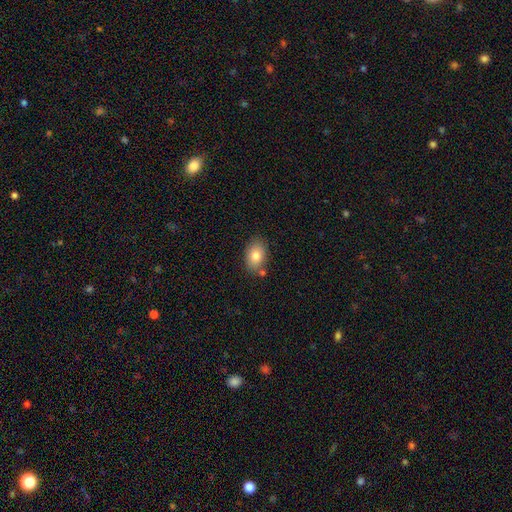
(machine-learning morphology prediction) This is clearly a smooth galaxy (81%). How rounded: clearly in between (83%). Merging: likely none (77%).